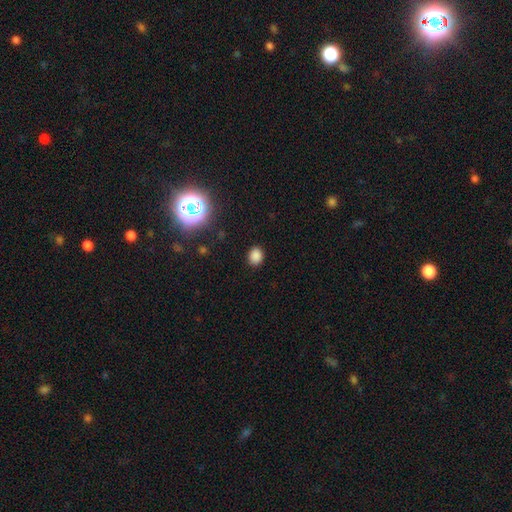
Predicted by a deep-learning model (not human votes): A smooth galaxy with no disk features (81%) that is round (54%). Merging: none (87%).